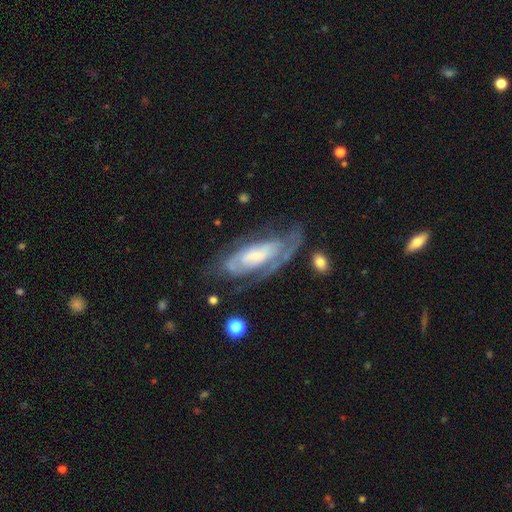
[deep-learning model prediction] This is likely a featured or disk galaxy (74%). It is clearly not viewed edge-on (88%). Bar: likely no (60%). Spiral arm pattern: clearly yes (83%). Spiral arm count: marginally can't tell (37%). Spiral winding: possibly tight (52%). Central bulge: marginally small (33%). Merging: possibly none (49%).